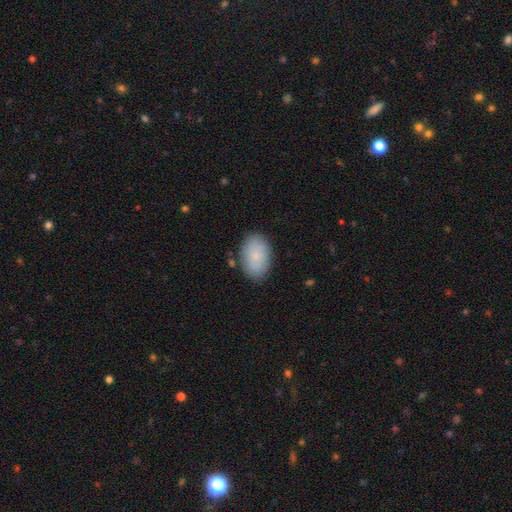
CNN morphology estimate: smooth_or_featured: smooth (p=0.82) [alt: featured or disk p=0.12]
how_rounded: in between (p=0.91) [alt: round p=0.08]
merging: none (p=0.83) [alt: minor disturbance p=0.12]